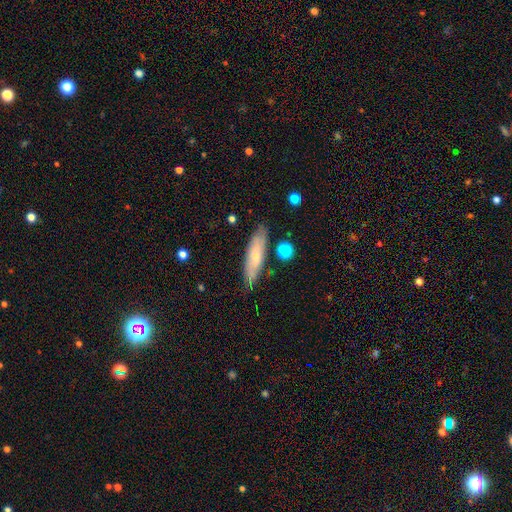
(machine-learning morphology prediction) Q: Smooth or featured?
A: smooth (54%); runner-up: featured or disk (39%)
Q: How rounded?
A: cigar-shaped (68%); runner-up: in between (30%)
Q: Merging?
A: none (81%); runner-up: minor disturbance (13%)